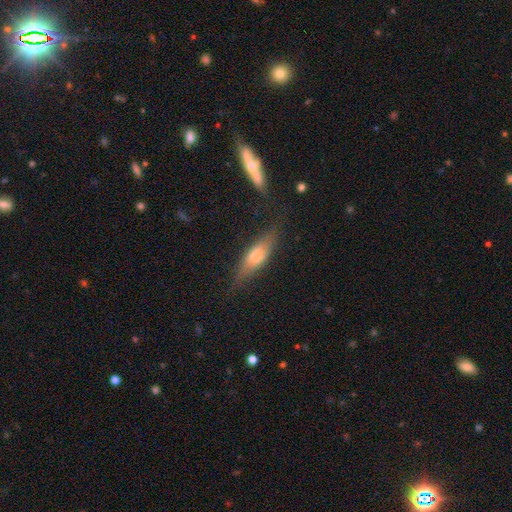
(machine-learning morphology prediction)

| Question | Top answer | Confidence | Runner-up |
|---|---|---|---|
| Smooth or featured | smooth | 49% | featured or disk (43%) |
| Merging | none | 74% | minor disturbance (18%) |